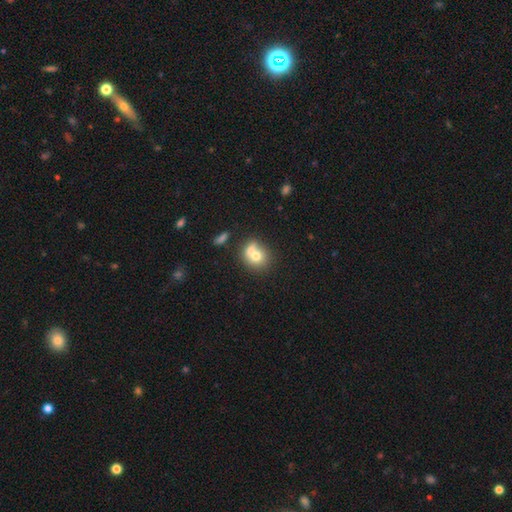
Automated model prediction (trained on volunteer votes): Smooth or featured?
  - smooth: 69% *
  - featured or disk: 21%
  - star or artifact: 10%
How rounded?
  - round: 74% *
  - in between: 25%
  - cigar-shaped: 1%
Merging?
  - merger: 51% *
  - none: 34%
  - minor disturbance: 10%
  - major disturbance: 5%